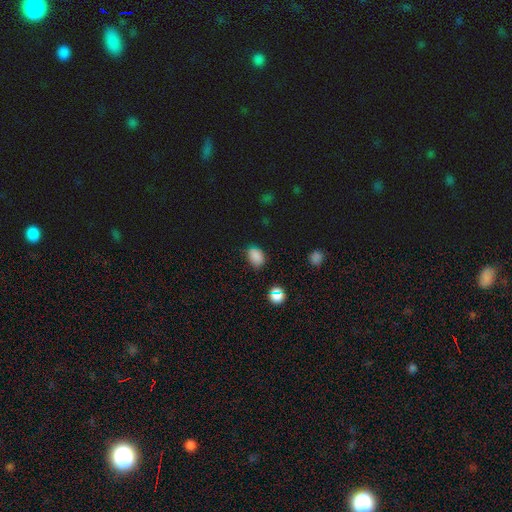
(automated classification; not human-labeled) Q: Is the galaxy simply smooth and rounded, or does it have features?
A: smooth — 80%.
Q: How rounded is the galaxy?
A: in between — 73%.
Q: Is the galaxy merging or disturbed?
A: none — 74%.